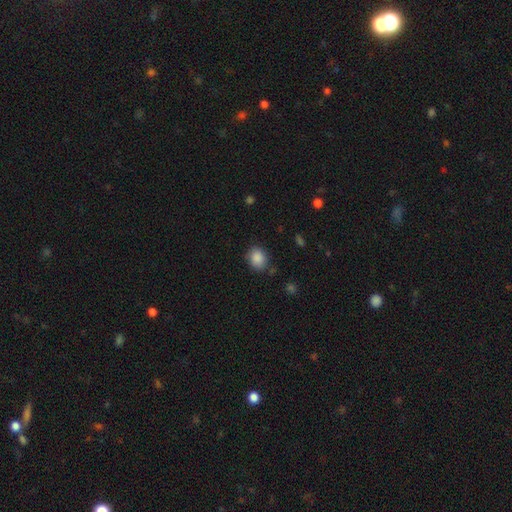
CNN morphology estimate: smooth_or_featured: smooth (p=0.86) [alt: star or artifact p=0.10]
how_rounded: round (p=0.56) [alt: in between p=0.44]
merging: none (p=0.80) [alt: minor disturbance p=0.14]